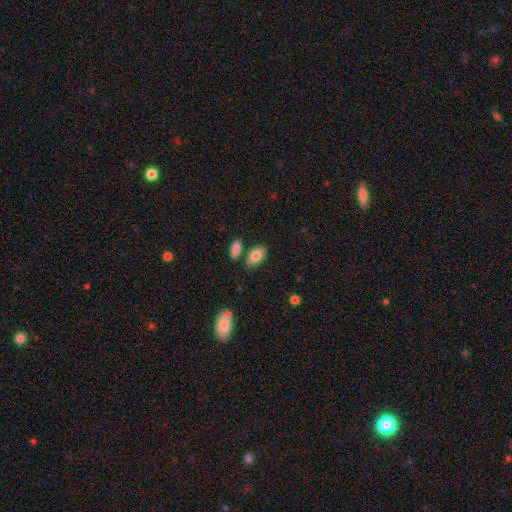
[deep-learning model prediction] A smooth galaxy with no disk features (82%) that is in between round and cigar-shaped (93%). Merging: none (74%).